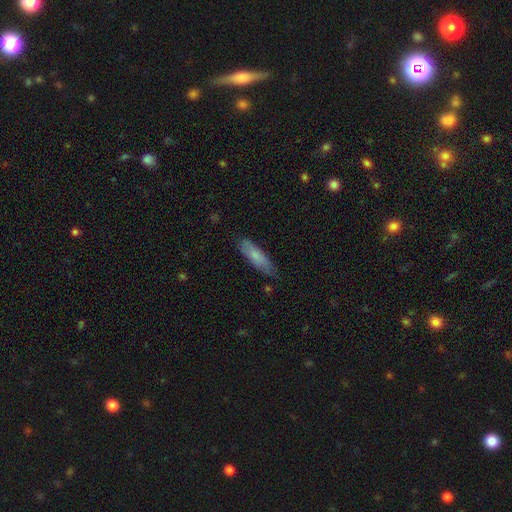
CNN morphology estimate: The model was most divided on "how rounded": cigar-shaped: 62%, in between: 36%, round: 2%. More confident: smooth or featured — smooth (76%); merging — none (76%).